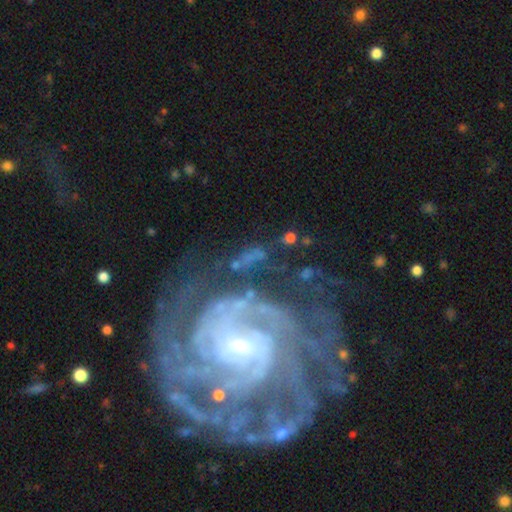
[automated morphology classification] A featured or disk galaxy (64%) with no bar (46%), spiral arms (81%) and a small central bulge (49%). Merging: none (52%).